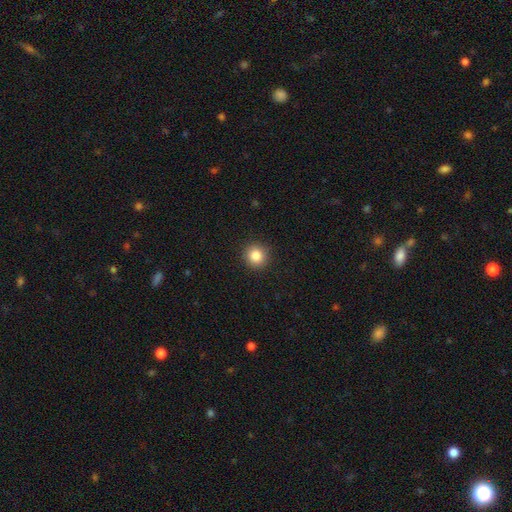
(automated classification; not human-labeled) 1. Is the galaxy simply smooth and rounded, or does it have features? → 85% smooth, 10% star or artifact, 5% featured or disk.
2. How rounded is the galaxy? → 93% round, 6% in between, 1% cigar-shaped.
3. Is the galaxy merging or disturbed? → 92% none, 6% minor disturbance, 2% major disturbance, 1% merger.